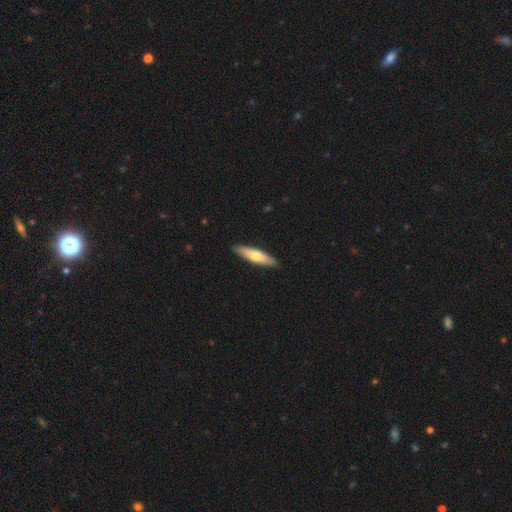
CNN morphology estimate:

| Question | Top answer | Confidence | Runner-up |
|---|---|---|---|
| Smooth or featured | smooth | 57% | featured or disk (38%) |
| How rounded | cigar-shaped | 74% | in between (25%) |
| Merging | none | 91% | minor disturbance (7%) |